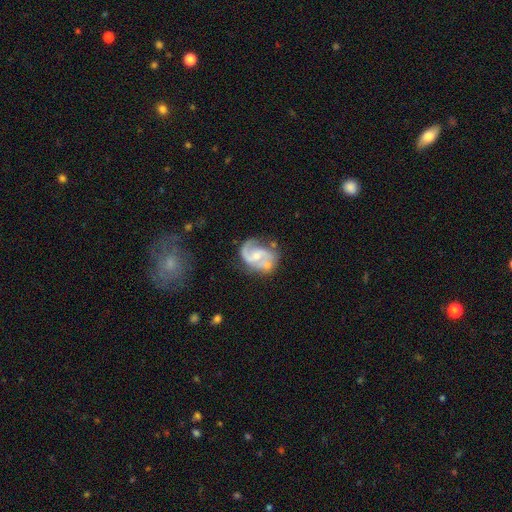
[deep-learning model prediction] Overall: featured or disk (86%). Edge-on disk: no (98%). Bar: no (48%; weak 43%). Spiral arms: yes (96%). Spiral arm count: 2 (82%). Spiral winding: medium (53%; loose 30%). Bulge size: small (52%; moderate 39%). Merging: none (52%; minor disturbance 22%).